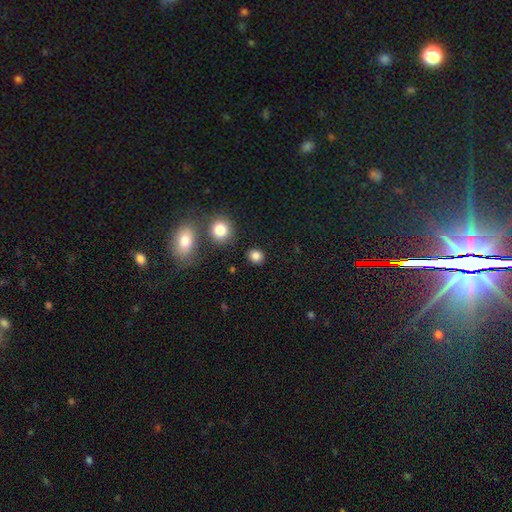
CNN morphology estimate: Q: Smooth or featured?
A: smooth (84%); runner-up: star or artifact (12%)
Q: How rounded?
A: round (80%); runner-up: in between (19%)
Q: Merging?
A: none (86%); runner-up: minor disturbance (7%)